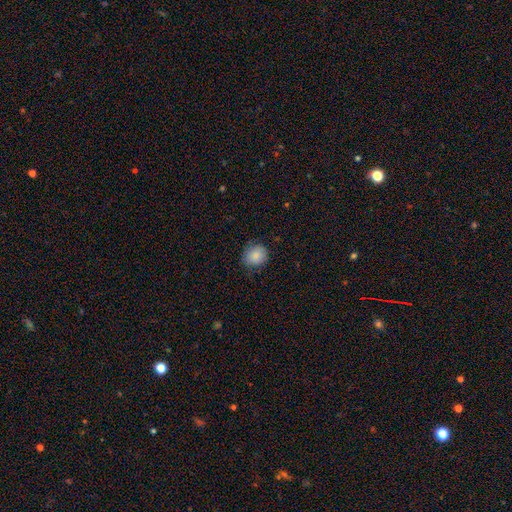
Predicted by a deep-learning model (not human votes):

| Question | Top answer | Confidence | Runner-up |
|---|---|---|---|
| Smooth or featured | smooth | 86% | star or artifact (8%) |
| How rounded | round | 81% | in between (19%) |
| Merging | none | 78% | minor disturbance (17%) |